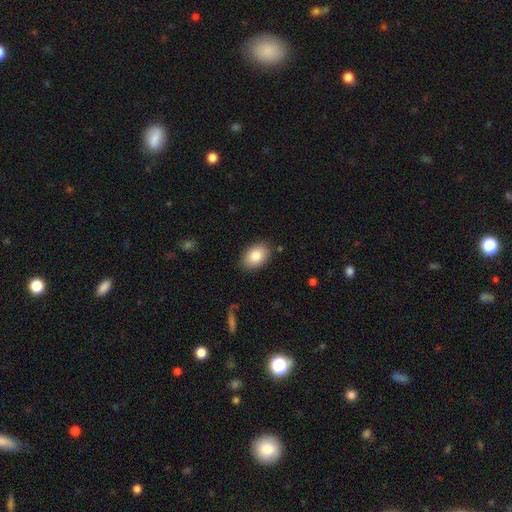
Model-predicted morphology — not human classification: Q: Smooth or featured?
A: smooth (83%); runner-up: featured or disk (9%)
Q: How rounded?
A: in between (83%); runner-up: round (16%)
Q: Merging?
A: none (86%); runner-up: minor disturbance (10%)